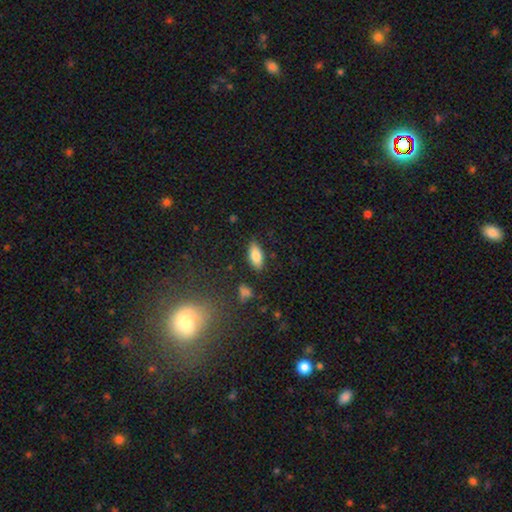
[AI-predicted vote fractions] A smooth galaxy with no disk features (79%) that is in between round and cigar-shaped (84%).

Vote fractions:
- Smooth or featured? smooth: 79% / featured or disk: 13% / star or artifact: 7%
- How rounded? in between: 84% / cigar-shaped: 13% / round: 3%
- Merging? none: 83% / minor disturbance: 12% / major disturbance: 3% / merger: 2%